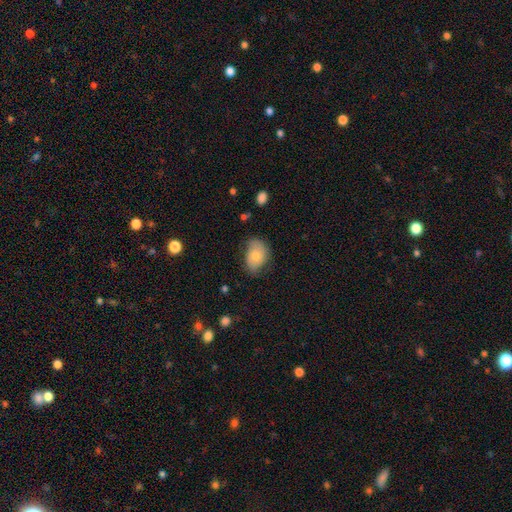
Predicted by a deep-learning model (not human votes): Smooth or featured? smooth (69%)
How rounded? in between (79%)
Merging? none (57%)